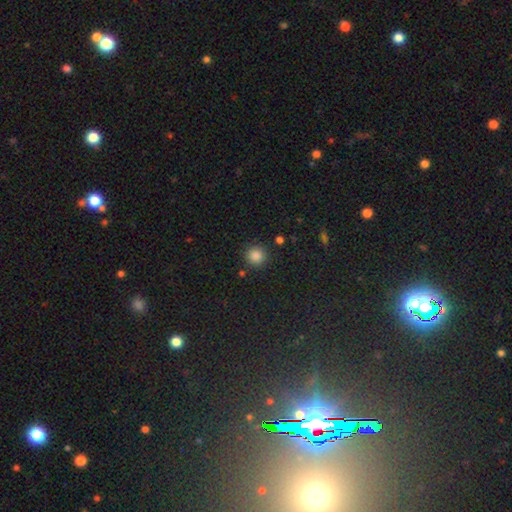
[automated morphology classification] This is clearly a smooth galaxy (84%). How rounded: clearly round (93%). Merging: clearly none (87%).